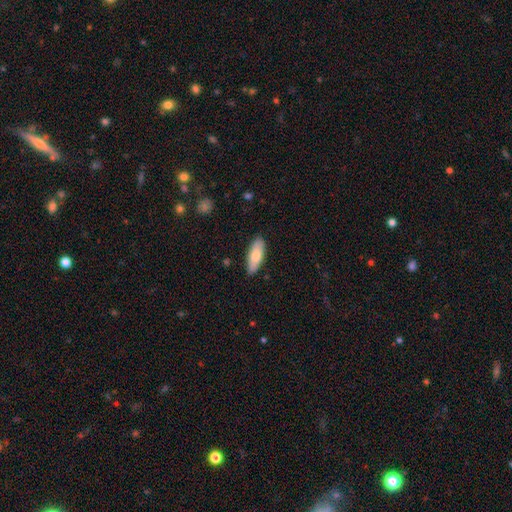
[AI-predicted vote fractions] Q: Smooth or featured?
A: smooth (77%); runner-up: featured or disk (18%)
Q: How rounded?
A: in between (72%); runner-up: cigar-shaped (26%)
Q: Merging?
A: none (87%); runner-up: minor disturbance (10%)